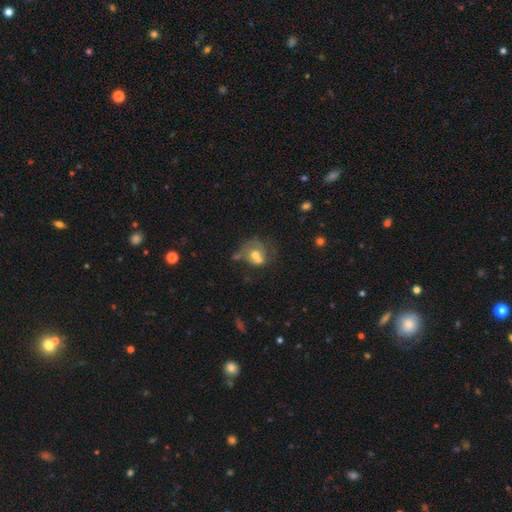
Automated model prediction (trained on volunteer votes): Smooth or featured?
  - smooth: 51% *
  - featured or disk: 39%
  - star or artifact: 10%
How rounded?
  - round: 70% *
  - in between: 29%
  - cigar-shaped: 1%
Merging?
  - merger: 45% *
  - none: 25%
  - major disturbance: 16%
  - minor disturbance: 15%